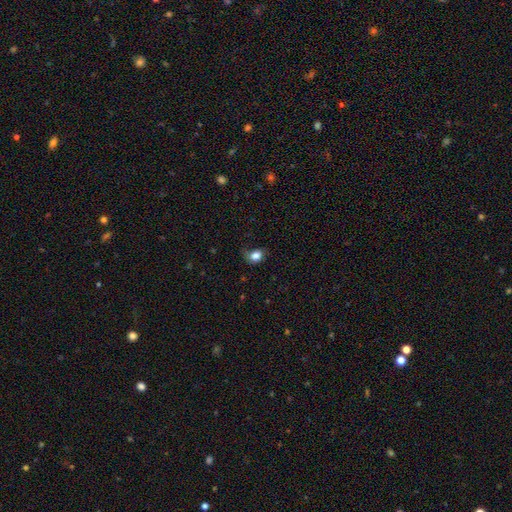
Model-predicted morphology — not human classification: smooth-or-featured: smooth: 82% | star or artifact: 10% | featured or disk: 7%
  how-rounded: in between: 53% | round: 46% | cigar-shaped: 1%
  merging: none: 55% | minor disturbance: 30% | major disturbance: 13% | merger: 2%